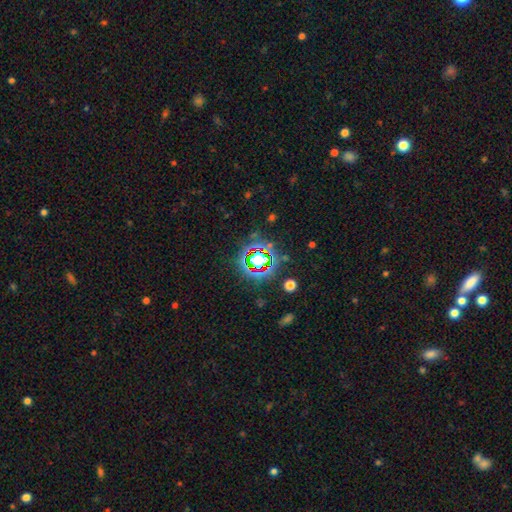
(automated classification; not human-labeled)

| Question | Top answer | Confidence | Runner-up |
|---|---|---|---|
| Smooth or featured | star or artifact | 69% | smooth (20%) |